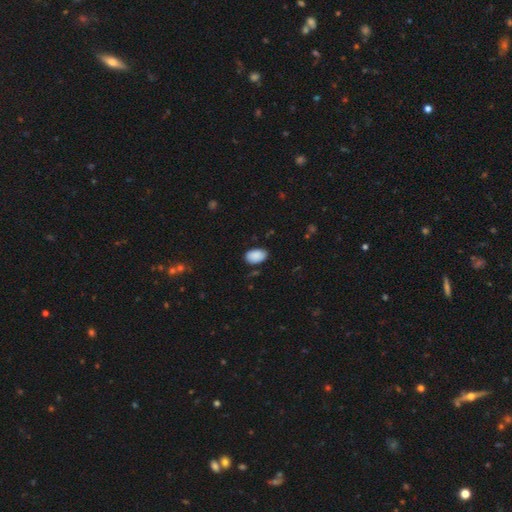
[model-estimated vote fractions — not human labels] Morphology: type=smooth (89%); roundness=in between (91%); merging=none (79%).